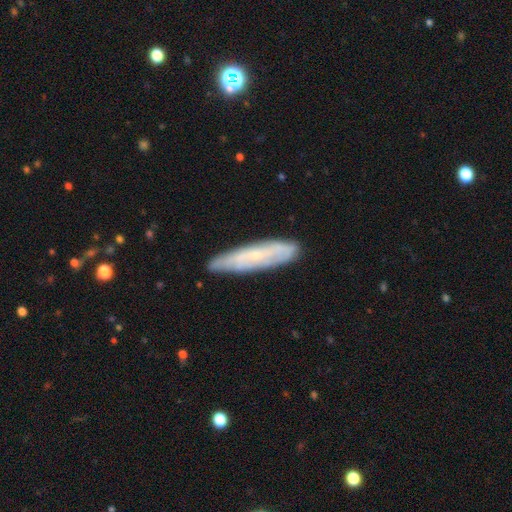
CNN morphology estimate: Smooth or featured: featured or disk — 56% (smooth — 37%)
Edge-on disk: no — 56% (yes — 44%)
Merging: none — 82% (minor disturbance — 14%)